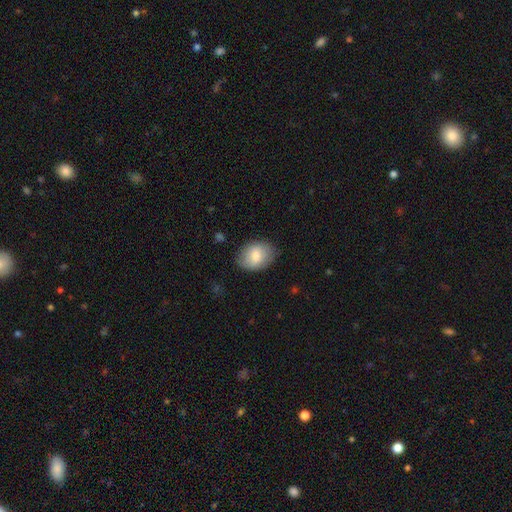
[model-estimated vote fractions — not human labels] The model was most divided on "how rounded": in between: 69%, round: 30%, cigar-shaped: 1%. More confident: merging — none (81%); smooth or featured — smooth (75%).